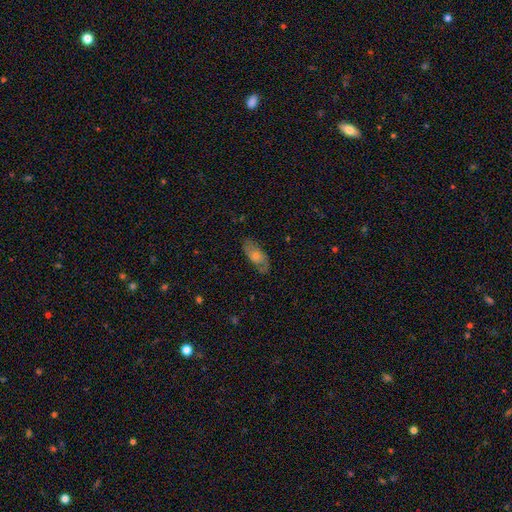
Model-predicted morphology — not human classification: type=smooth (50%); merging=none (72%).